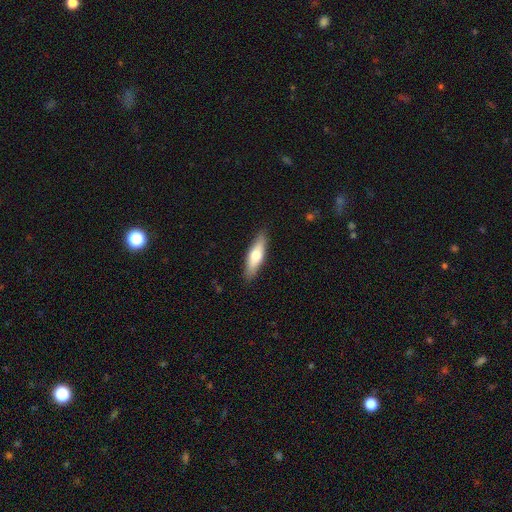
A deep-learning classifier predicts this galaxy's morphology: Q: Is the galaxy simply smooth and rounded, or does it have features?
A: smooth — 62%.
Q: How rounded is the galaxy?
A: cigar-shaped — 55%.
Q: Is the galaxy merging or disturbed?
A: none — 87%.